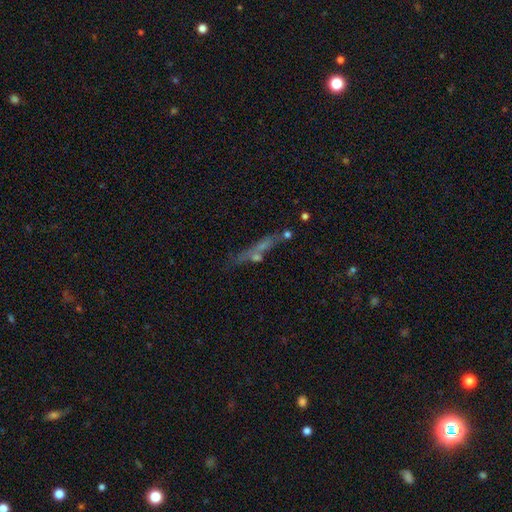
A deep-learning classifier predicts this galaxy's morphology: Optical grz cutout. It shows a featured or disk galaxy (41%). Merging: none (59%).